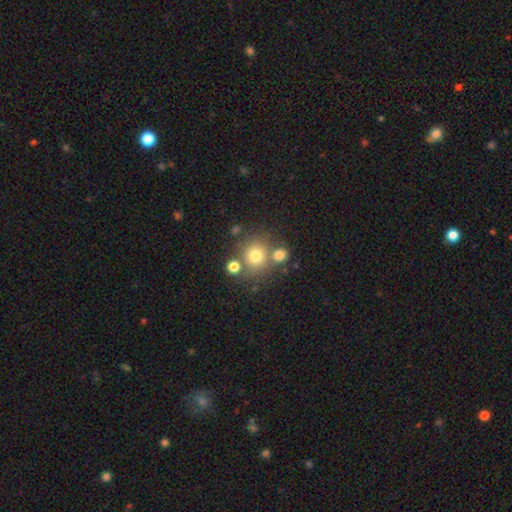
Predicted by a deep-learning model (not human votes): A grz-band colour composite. It shows a smooth galaxy with no disk features (73%) that is round (85%). Merging: none (65%).